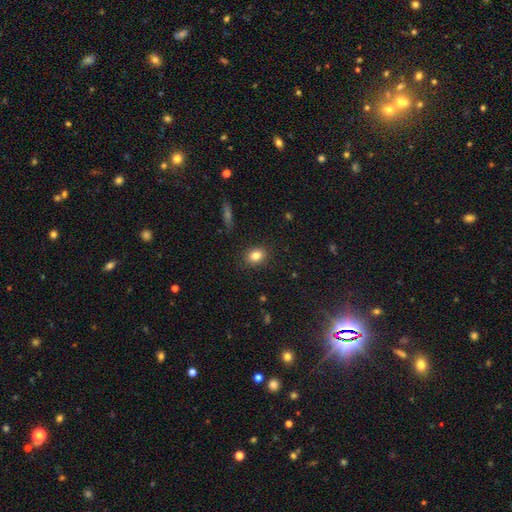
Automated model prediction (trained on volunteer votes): Overall: smooth (82%). How rounded: in between (55%; round 44%). Merging: none (88%).